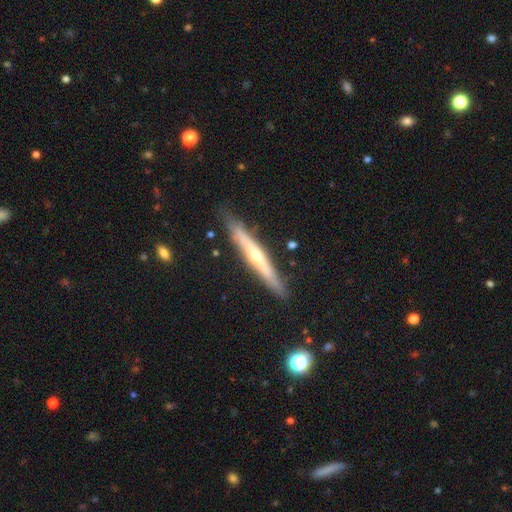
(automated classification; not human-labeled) smooth-or-featured: featured or disk: 63% | smooth: 31% | star or artifact: 6%
  disk-edge-on: yes: 93% | no: 7%
    edge-on-bulge: rounded: 70% | none: 26% | boxy: 3%
  merging: none: 84% | minor disturbance: 12% | major disturbance: 2% | merger: 2%